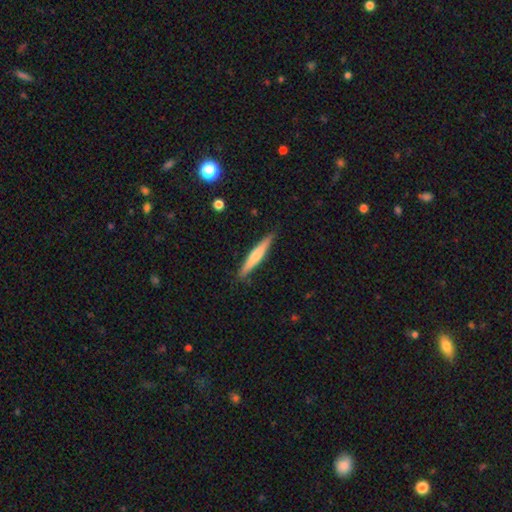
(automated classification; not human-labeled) Overall: smooth (53%; featured or disk 42%). How rounded: cigar-shaped (94%). Merging: none (88%).